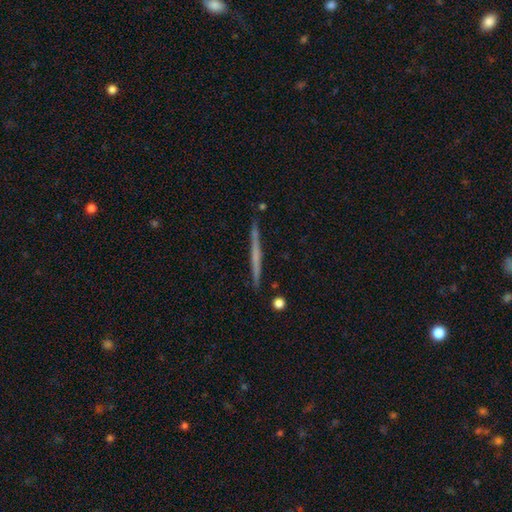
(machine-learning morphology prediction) Overall: featured or disk (57%; smooth 37%). Edge-on disk: yes (98%). Edge-on bulge: none (84%). Merging: none (91%).